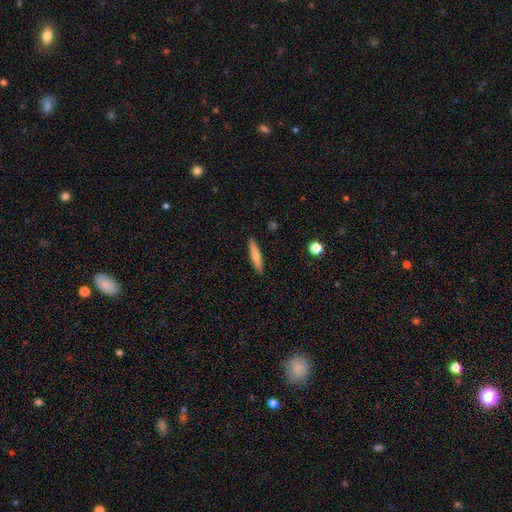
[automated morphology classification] Overall: smooth (66%; featured or disk 28%). How rounded: cigar-shaped (86%). Merging: none (90%).